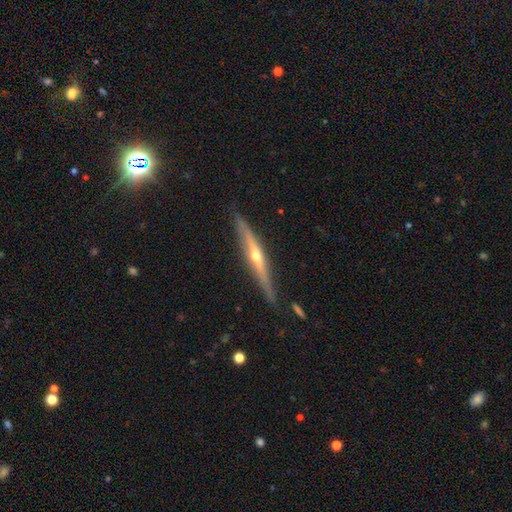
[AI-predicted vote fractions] A featured or disk galaxy (77%) viewed edge-on (96%) with a rounded central bulge (83%).

Vote fractions:
- Smooth or featured? featured or disk: 77% / smooth: 17% / star or artifact: 6%
- Edge-on disk? yes: 96% / no: 4%
- Edge-on bulge? rounded: 83% / none: 14% / boxy: 3%
- Merging? none: 86% / minor disturbance: 11% / major disturbance: 2% / merger: 2%